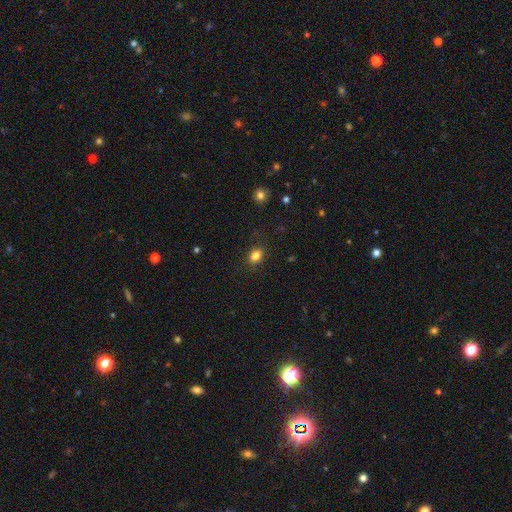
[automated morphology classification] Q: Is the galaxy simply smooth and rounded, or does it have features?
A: smooth — 83%.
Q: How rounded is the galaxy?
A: in between — 50%.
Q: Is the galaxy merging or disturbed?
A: none — 86%.